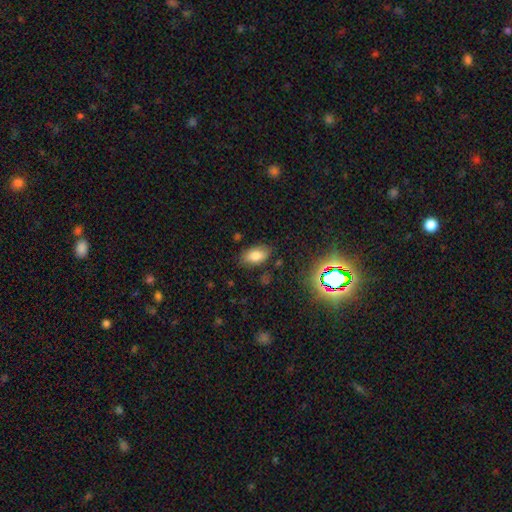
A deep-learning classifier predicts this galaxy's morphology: type=smooth (78%); roundness=in between (91%); merging=none (81%).